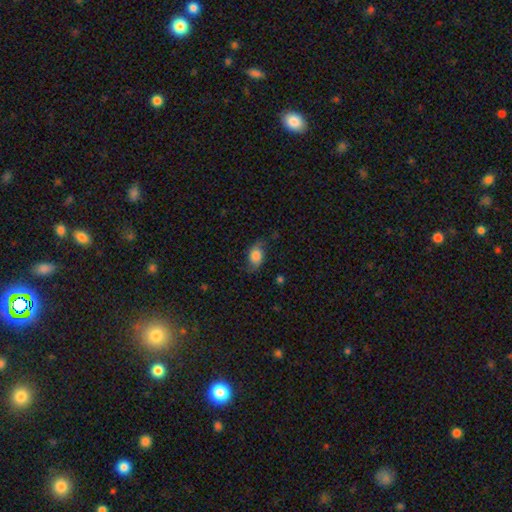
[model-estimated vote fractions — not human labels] Smooth or featured: smooth — 64% (featured or disk — 27%)
How rounded: in between — 78% (round — 20%)
Merging: none — 65% (minor disturbance — 24%)